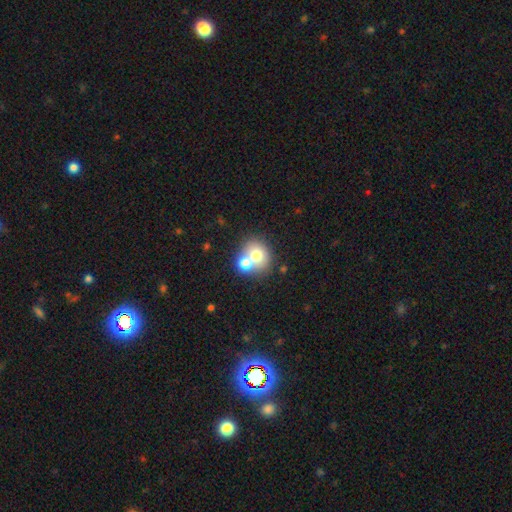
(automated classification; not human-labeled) smooth 68%, featured or disk 21%, star or artifact 12%. Down the decision tree: how rounded — round (77%); merging — merger (47%).